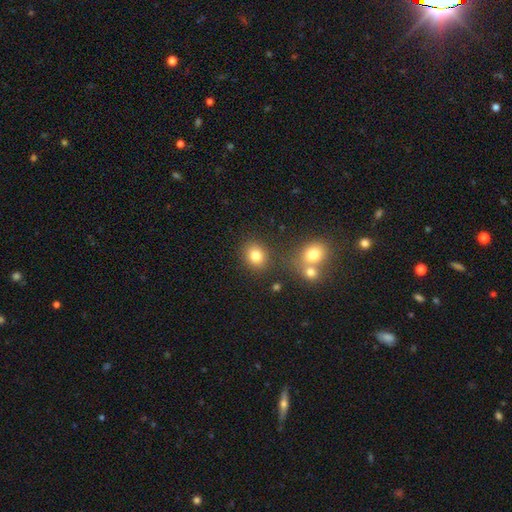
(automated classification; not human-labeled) smooth-or-featured: smooth: 81% | star or artifact: 12% | featured or disk: 7%
  how-rounded: round: 69% | in between: 30% | cigar-shaped: 1%
  merging: none: 79% | minor disturbance: 9% | merger: 9% | major disturbance: 3%